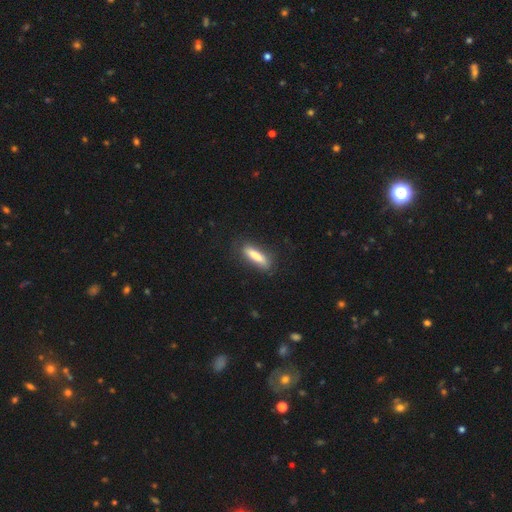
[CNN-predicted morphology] Smooth or featured?
  - smooth: 73% *
  - featured or disk: 21%
  - star or artifact: 6%
How rounded?
  - cigar-shaped: 70% *
  - in between: 28%
  - round: 2%
Merging?
  - none: 81% *
  - minor disturbance: 13%
  - major disturbance: 4%
  - merger: 1%